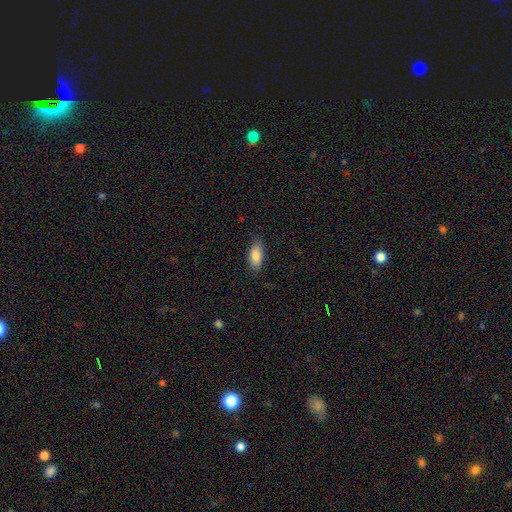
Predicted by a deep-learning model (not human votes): A smooth galaxy with no disk features (83%) that is in between round and cigar-shaped (85%).

Vote fractions:
- Smooth or featured? smooth: 83% / featured or disk: 10% / star or artifact: 7%
- How rounded? in between: 85% / cigar-shaped: 13% / round: 3%
- Merging? none: 80% / minor disturbance: 16% / major disturbance: 3% / merger: 1%